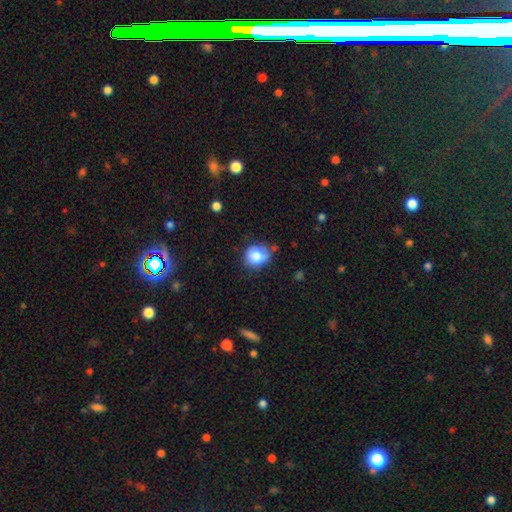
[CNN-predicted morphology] This is clearly a smooth galaxy (83%). How rounded: likely round (71%). Merging: likely none (64%).